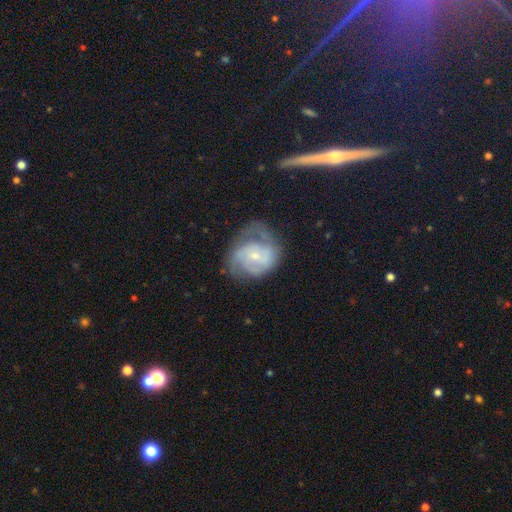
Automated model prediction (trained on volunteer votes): smooth_or_featured: featured or disk (p=0.73) [alt: smooth p=0.21]
disk_edge_on: no (p=0.98) [alt: yes p=0.02]
bar: no (p=0.61) [alt: weak p=0.33]
has_spiral_arms: yes (p=0.86) [alt: no p=0.14]
spiral_winding: tight (p=0.42) [tied with: medium p=0.42]
spiral_arm_count: 2 (p=0.45) [alt: can't tell p=0.28]
bulge_size: small (p=0.64) [alt: moderate p=0.30]
merging: none (p=0.45) [alt: minor disturbance p=0.27]